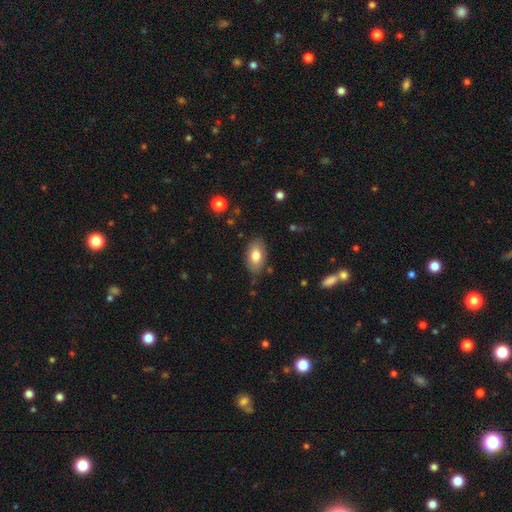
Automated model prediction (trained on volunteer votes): smooth 79%, featured or disk 14%, star or artifact 7%. Down the decision tree: how rounded — in between (92%); merging — none (80%).